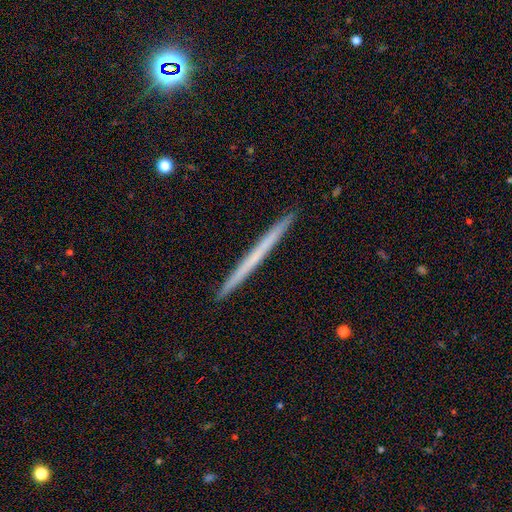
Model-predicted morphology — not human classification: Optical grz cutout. It shows a smooth galaxy with no disk features (48%). Merging: none (93%).